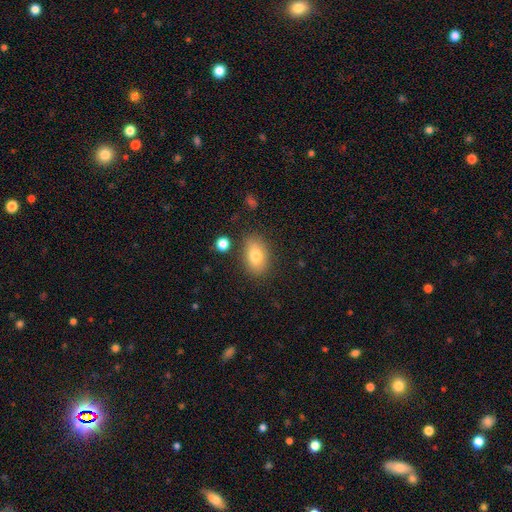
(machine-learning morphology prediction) The model was most divided on "smooth or featured": smooth: 78%, featured or disk: 13%, star or artifact: 9%. More confident: how rounded — in between (85%); merging — none (80%).